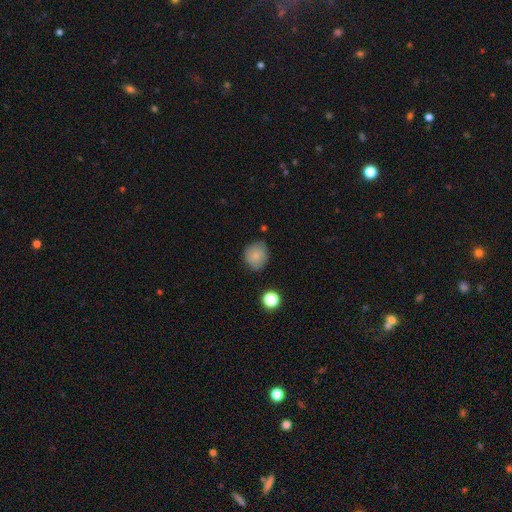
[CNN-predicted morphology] Overall: smooth (75%). How rounded: round (76%). Merging: none (75%).